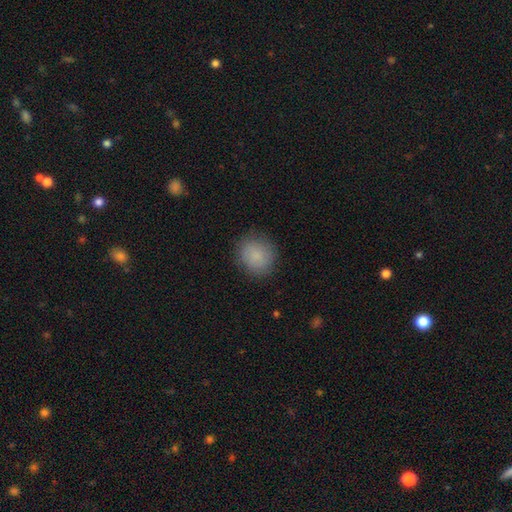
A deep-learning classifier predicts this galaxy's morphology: smooth_or_featured: smooth (p=0.86) [alt: star or artifact p=0.07]
how_rounded: round (p=0.86) [alt: in between p=0.13]
merging: none (p=0.85) [alt: minor disturbance p=0.10]